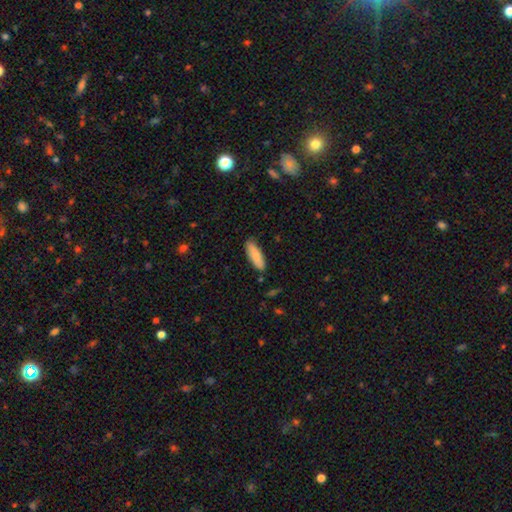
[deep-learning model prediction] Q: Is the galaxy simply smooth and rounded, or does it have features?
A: smooth — 85%.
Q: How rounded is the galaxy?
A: in between — 51%.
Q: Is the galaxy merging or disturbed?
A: none — 85%.